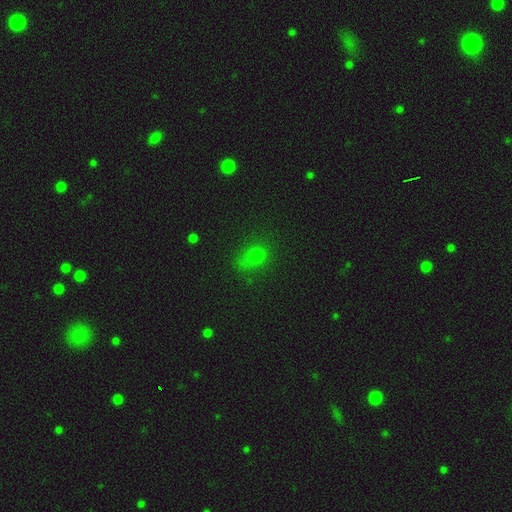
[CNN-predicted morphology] Q: Smooth or featured?
A: smooth (71%); runner-up: star or artifact (21%)
Q: How rounded?
A: round (55%); runner-up: in between (43%)
Q: Merging?
A: none (63%); runner-up: minor disturbance (22%)